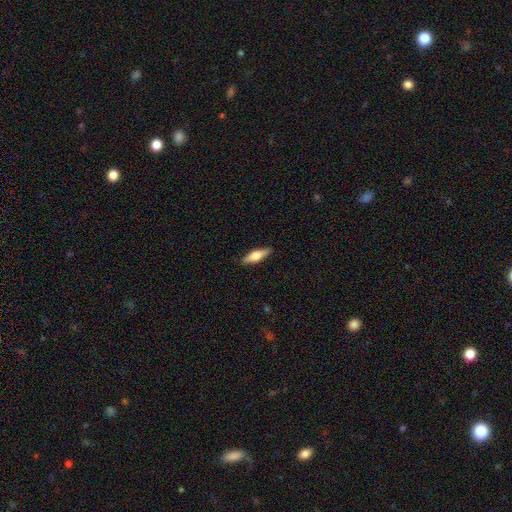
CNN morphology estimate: Overall: smooth (55%; featured or disk 39%). How rounded: cigar-shaped (54%; in between 44%). Merging: none (88%).